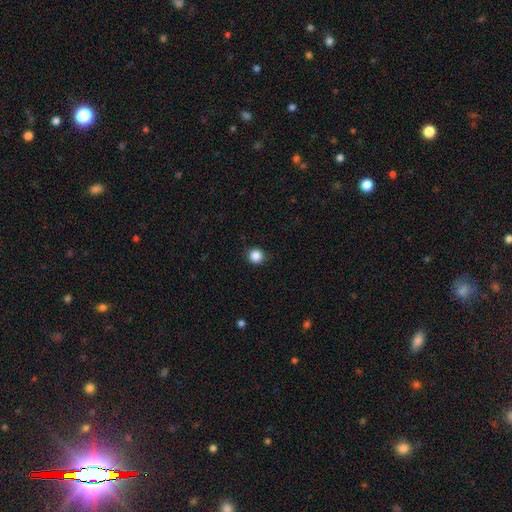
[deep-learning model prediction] Q: Smooth or featured?
A: smooth (87%); runner-up: star or artifact (10%)
Q: How rounded?
A: round (93%); runner-up: in between (6%)
Q: Merging?
A: none (90%); runner-up: minor disturbance (7%)